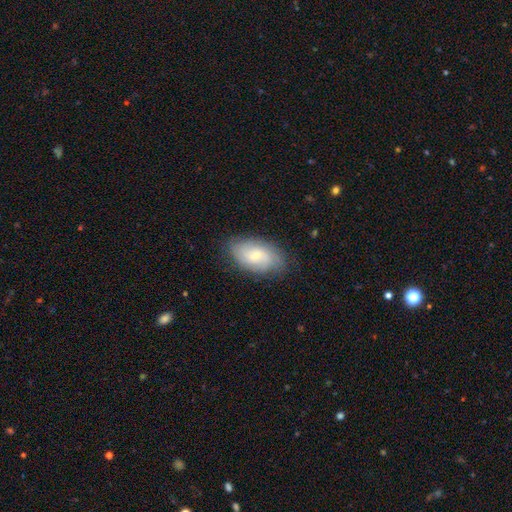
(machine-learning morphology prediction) Smooth or featured? featured or disk (47%)
Merging? none (78%)